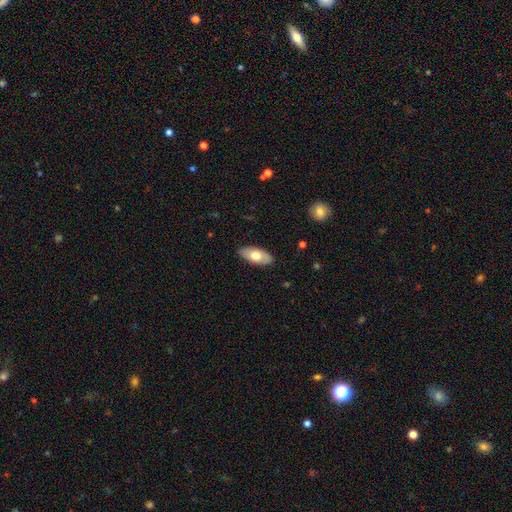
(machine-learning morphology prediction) This appears to be a smooth galaxy with no disk features (65%) that is in between round and cigar-shaped (90%). Merging: none (87%).